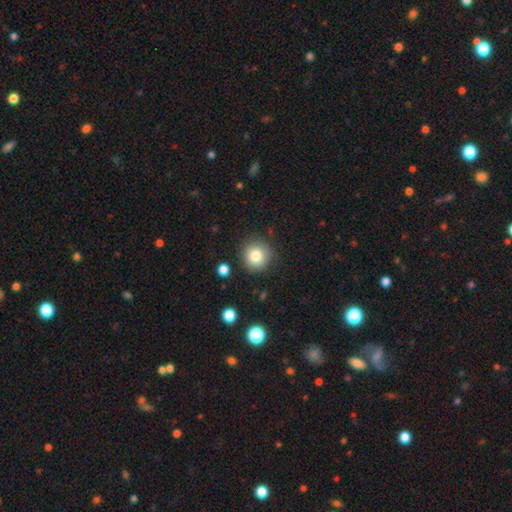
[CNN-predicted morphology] The model was most divided on "smooth or featured": smooth: 82%, star or artifact: 10%, featured or disk: 8%. More confident: how rounded — round (92%); merging — none (87%).